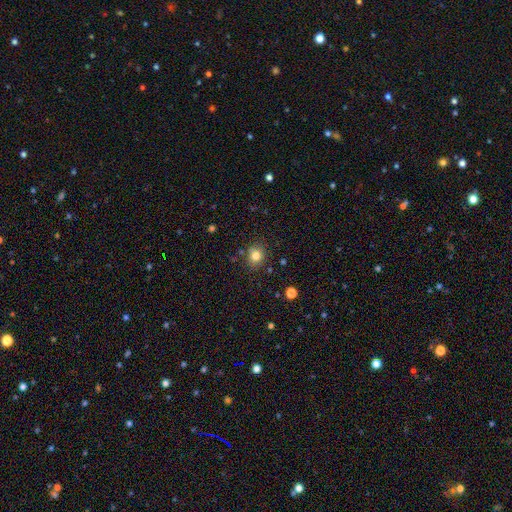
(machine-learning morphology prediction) Smooth or featured? Predicted: smooth (p=0.79). How rounded? Predicted: round (p=0.73). Merging? Predicted: none (p=0.81).